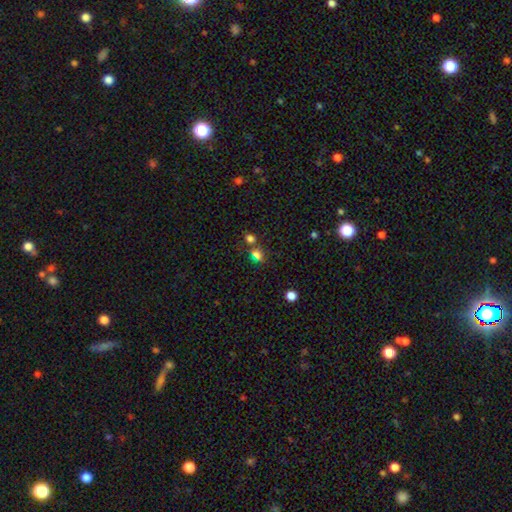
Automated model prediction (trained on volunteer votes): Overall: smooth (71%). How rounded: in between (59%; round 38%). Merging: none (57%; merger 27%).